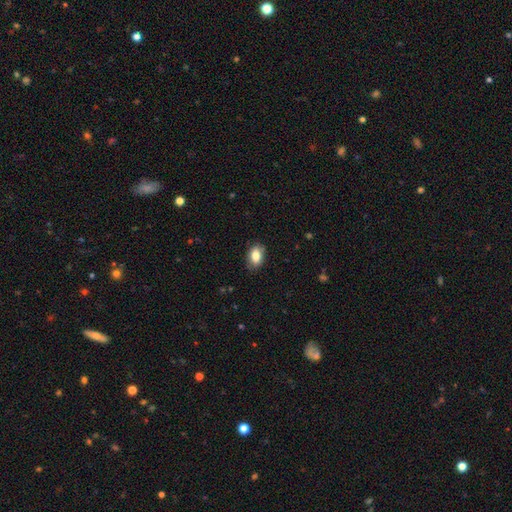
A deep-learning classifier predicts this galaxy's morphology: This is clearly a smooth galaxy (83%). How rounded: clearly in between (87%). Merging: clearly none (82%).